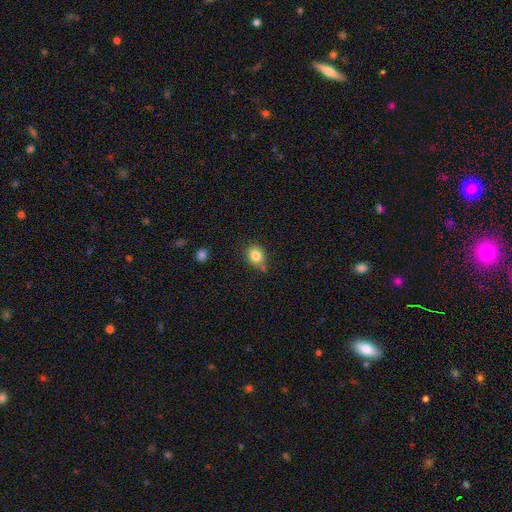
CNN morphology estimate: This is clearly a smooth galaxy (83%). How rounded: possibly round (59%). Merging: likely none (63%).